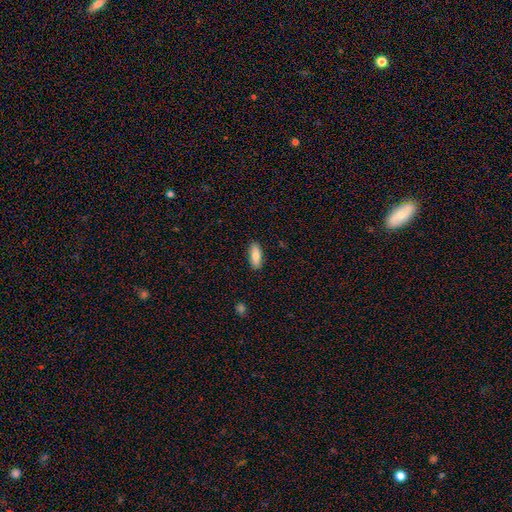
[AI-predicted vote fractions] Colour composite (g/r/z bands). It shows a smooth galaxy with no disk features (77%) that is in between round and cigar-shaped (75%). Merging: none (89%).